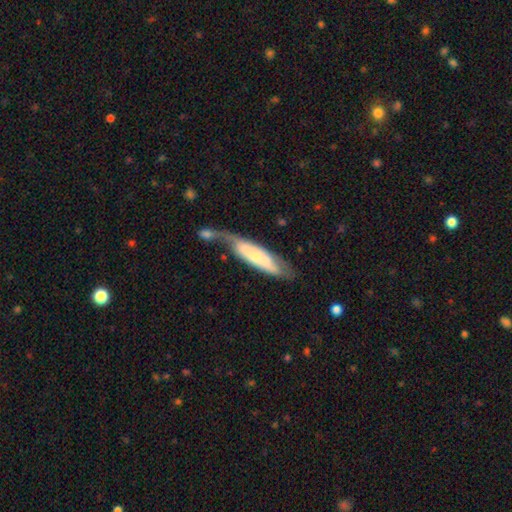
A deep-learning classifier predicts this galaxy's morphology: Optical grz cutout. It shows a smooth galaxy with no disk features (49%). Merging: merger (30%).